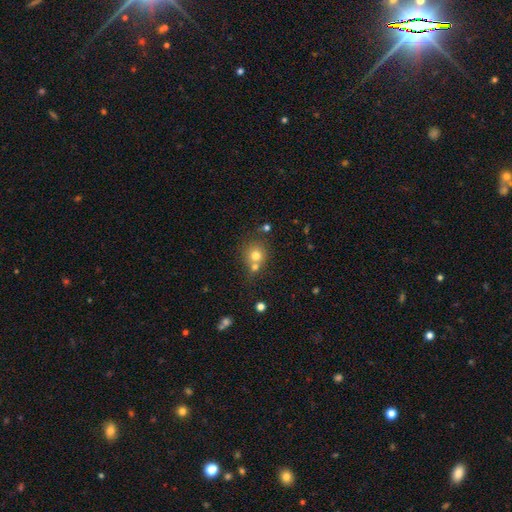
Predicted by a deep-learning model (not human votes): This appears to be a smooth galaxy with no disk features (73%) that is round (86%). Merging: none (51%).